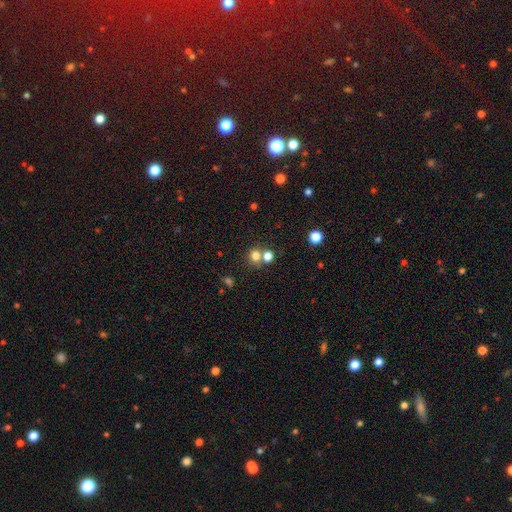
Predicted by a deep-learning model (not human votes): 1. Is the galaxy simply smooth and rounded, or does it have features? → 74% smooth, 16% star or artifact, 9% featured or disk.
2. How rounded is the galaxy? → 79% round, 20% in between, 1% cigar-shaped.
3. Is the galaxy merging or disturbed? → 52% none, 37% merger, 8% minor disturbance, 4% major disturbance.